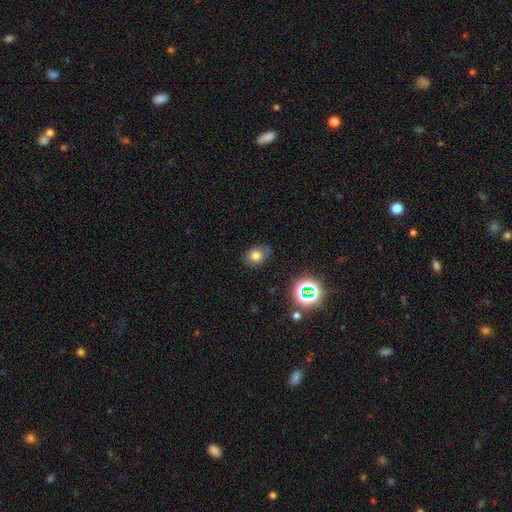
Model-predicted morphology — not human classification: This is likely a smooth galaxy (72%). How rounded: possibly in between (59%). Merging: likely none (74%).